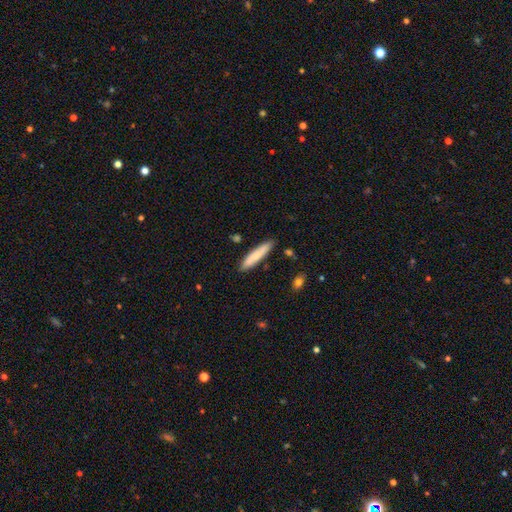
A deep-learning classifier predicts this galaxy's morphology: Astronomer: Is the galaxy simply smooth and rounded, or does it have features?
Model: smooth — 77%.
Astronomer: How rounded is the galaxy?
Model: cigar-shaped — 86%.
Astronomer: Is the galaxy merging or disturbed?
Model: none — 87%.